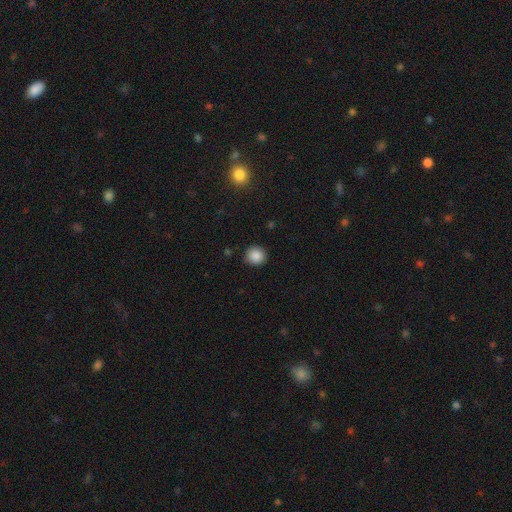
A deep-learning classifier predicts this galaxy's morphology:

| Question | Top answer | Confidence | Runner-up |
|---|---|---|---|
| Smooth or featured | smooth | 87% | star or artifact (10%) |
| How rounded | round | 91% | in between (8%) |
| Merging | none | 91% | minor disturbance (6%) |